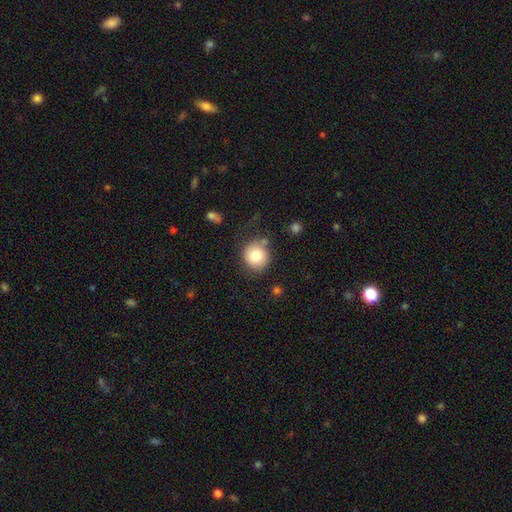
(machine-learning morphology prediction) Q: Smooth or featured?
A: smooth (80%); runner-up: featured or disk (11%)
Q: How rounded?
A: round (88%); runner-up: in between (11%)
Q: Merging?
A: none (79%); runner-up: minor disturbance (12%)